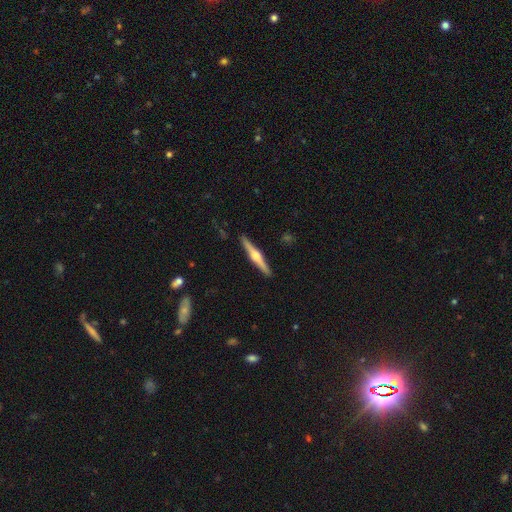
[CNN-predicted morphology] smooth-or-featured: featured or disk: 75% | smooth: 20% | star or artifact: 5%
  disk-edge-on: yes: 98% | no: 2%
    edge-on-bulge: rounded: 93% | boxy: 5% | none: 3%
  merging: none: 91% | minor disturbance: 6% | major disturbance: 1% | merger: 1%